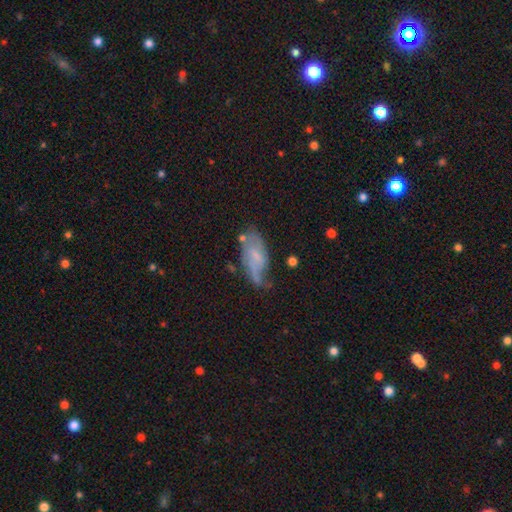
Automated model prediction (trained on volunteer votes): This appears to be a featured or disk galaxy (54%). Merging: none (42%).